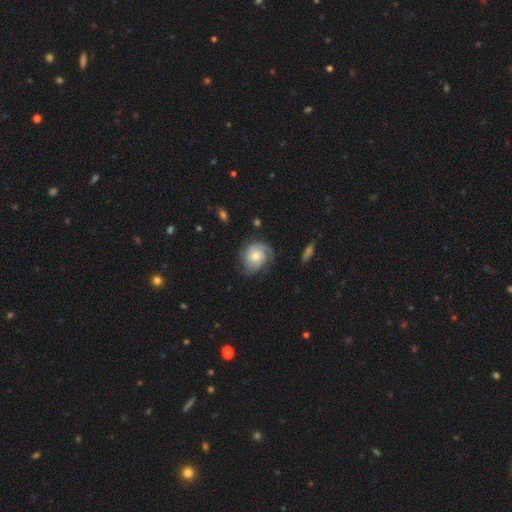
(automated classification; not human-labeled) The model was most divided on "spiral arm count": 3: 29%, can't tell: 27%, 2: 25%, 4: 8%, 1: 7%, more than 4: 5%. More confident: edge-on disk — no (98%); spiral arms — yes (94%); bar — no (76%); smooth or featured — featured or disk (73%); merging — none (72%); spiral winding — tight (59%); bulge size — moderate (52%).